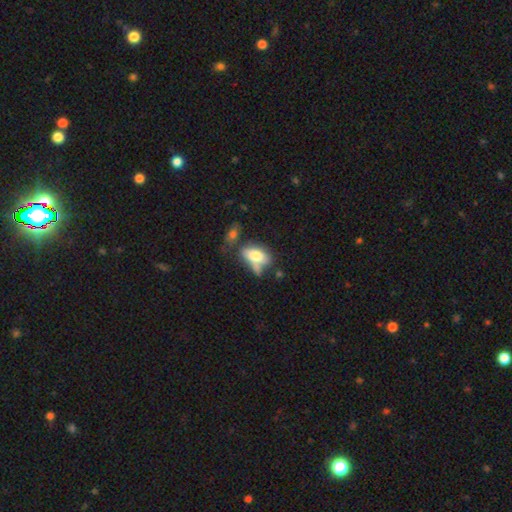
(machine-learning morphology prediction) Smooth or featured: smooth — 70% (featured or disk — 21%)
How rounded: in between — 87% (round — 8%)
Merging: none — 36% (merger — 27%)